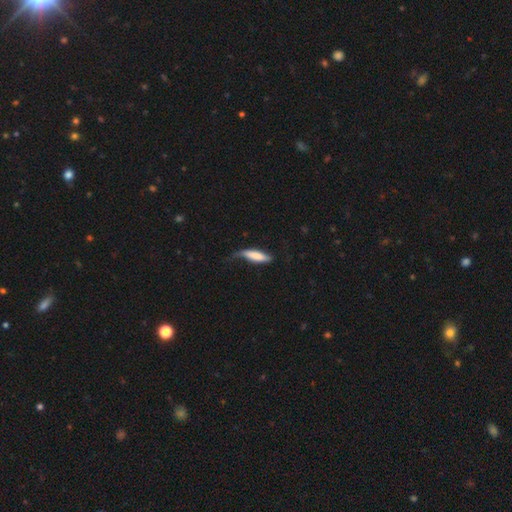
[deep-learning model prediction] A smooth galaxy with no disk features (73%) that is cigar-shaped (63%).

Vote fractions:
- Smooth or featured? smooth: 73% / featured or disk: 21% / star or artifact: 6%
- How rounded? cigar-shaped: 63% / in between: 35% / round: 2%
- Merging? minor disturbance: 38% / none: 35% / major disturbance: 24% / merger: 3%